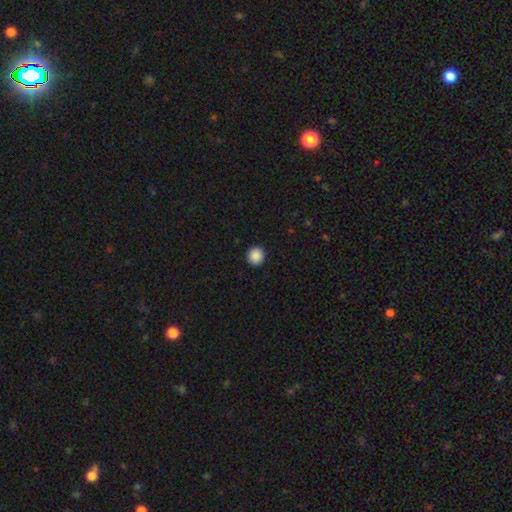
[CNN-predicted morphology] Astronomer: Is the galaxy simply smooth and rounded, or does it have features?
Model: smooth — 89%.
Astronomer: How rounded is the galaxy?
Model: round — 91%.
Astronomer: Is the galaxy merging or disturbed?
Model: none — 93%.